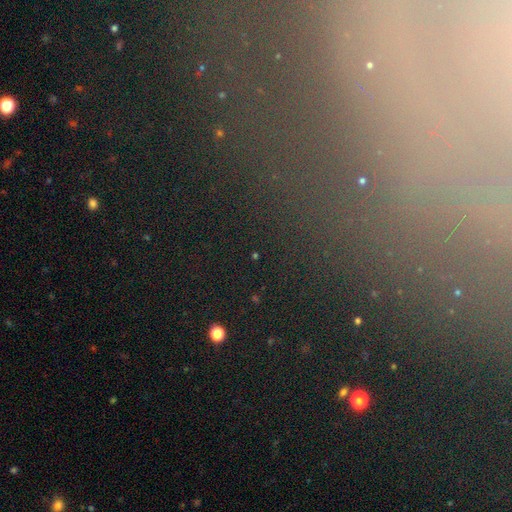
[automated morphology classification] The model was most divided on "smooth or featured": star or artifact: 67%, smooth: 21%, featured or disk: 11%.